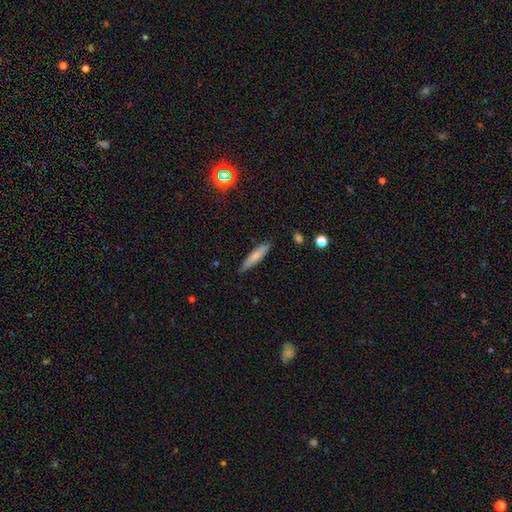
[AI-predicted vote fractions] The model was most divided on "smooth or featured": smooth: 75%, featured or disk: 18%, star or artifact: 7%. More confident: merging — none (86%); how rounded — cigar-shaped (85%).